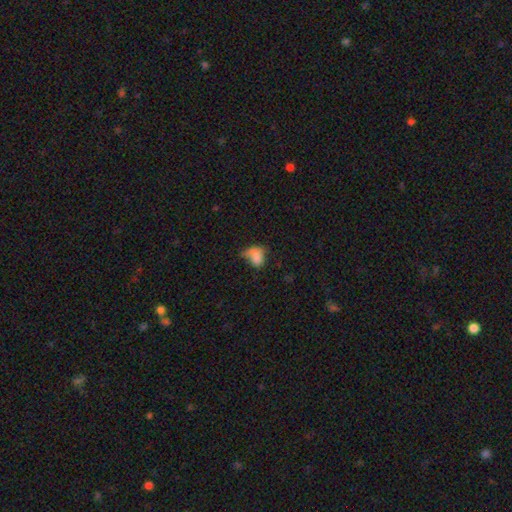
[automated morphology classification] type=smooth (73%); roundness=in between (75%); merging=major disturbance (35%).